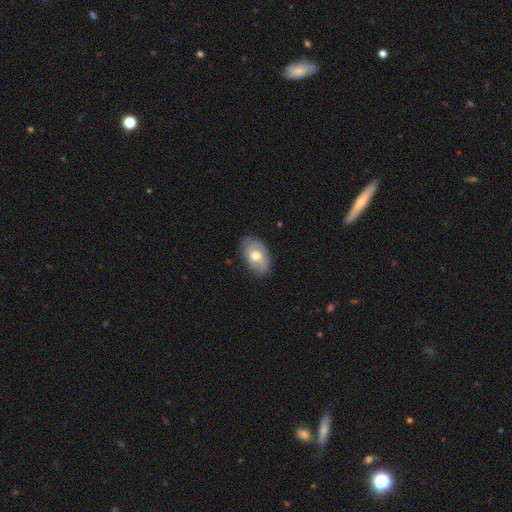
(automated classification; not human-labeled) Overall: smooth (48%; featured or disk 46%). Merging: none (74%).